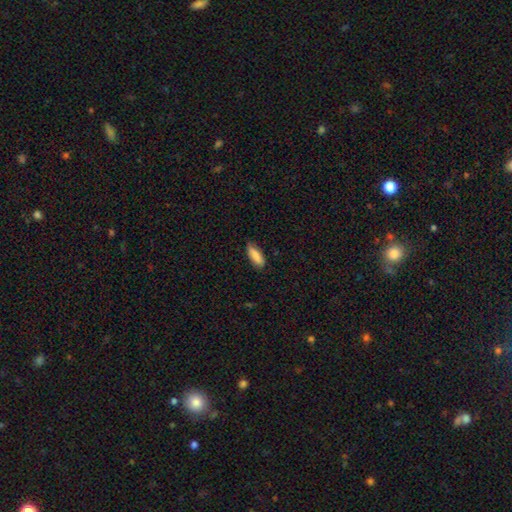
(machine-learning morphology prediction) A smooth galaxy with no disk features (87%) that is in between round and cigar-shaped (65%). Merging: none (81%).